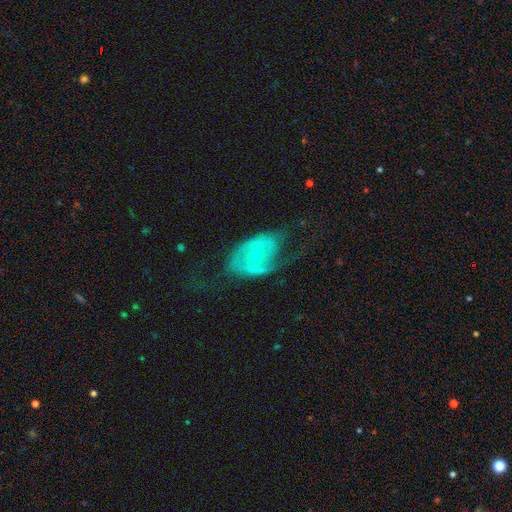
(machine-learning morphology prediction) Smooth or featured?
  - featured or disk: 76% *
  - smooth: 17%
  - star or artifact: 7%
Edge-on disk?
  - no: 96% *
  - yes: 4%
Bar?
  - no: 59% *
  - weak: 31%
  - strong: 10%
Spiral arms?
  - yes: 81% *
  - no: 19%
Spiral winding?
  - medium: 42% *
  - loose: 30%
  - tight: 28%
Spiral arm count?
  - 2: 63% *
  - can't tell: 20%
  - 1: 9%
  - 3: 4%
  - 4: 2%
  - more than 4: 2%
Bulge size?
  - small: 76% *
  - moderate: 20%
  - none: 2%
  - large: 1%
  - dominant: 1%
Merging?
  - none: 43% *
  - major disturbance: 31%
  - minor disturbance: 24%
  - merger: 3%